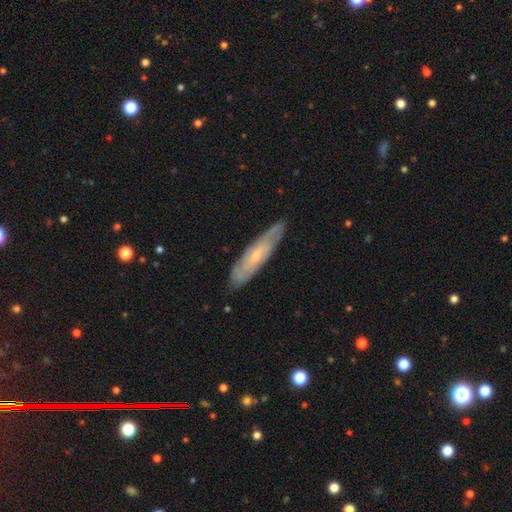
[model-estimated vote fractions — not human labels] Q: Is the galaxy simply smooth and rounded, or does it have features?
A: featured or disk — 66%.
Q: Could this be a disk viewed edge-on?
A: no — 64%.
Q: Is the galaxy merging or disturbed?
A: none — 80%.